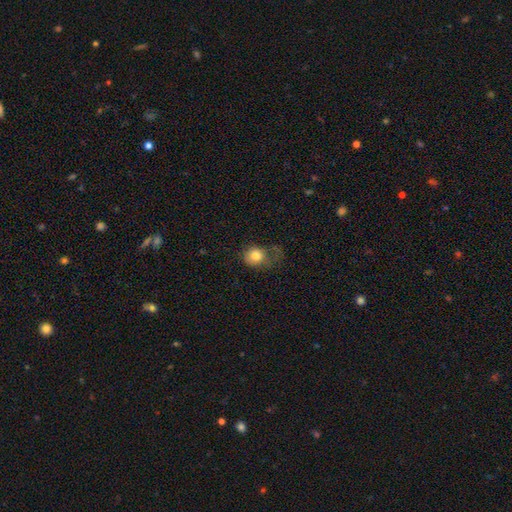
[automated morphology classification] Smooth or featured: smooth — 81% (featured or disk — 10%)
How rounded: round — 72% (in between — 27%)
Merging: none — 35% (major disturbance — 34%)